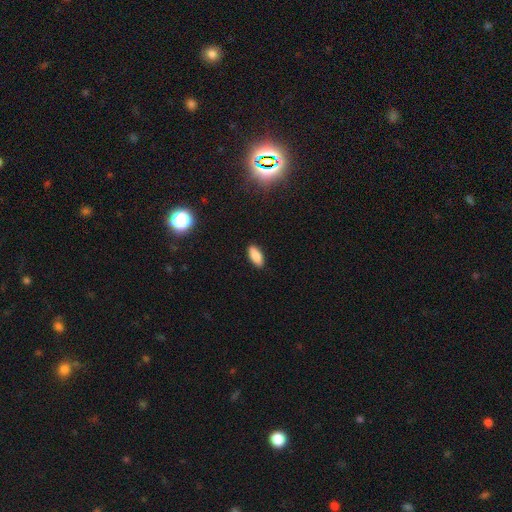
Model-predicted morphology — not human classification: smooth 86%, star or artifact 8%, featured or disk 7%. Down the decision tree: how rounded — in between (83%); merging — none (88%).